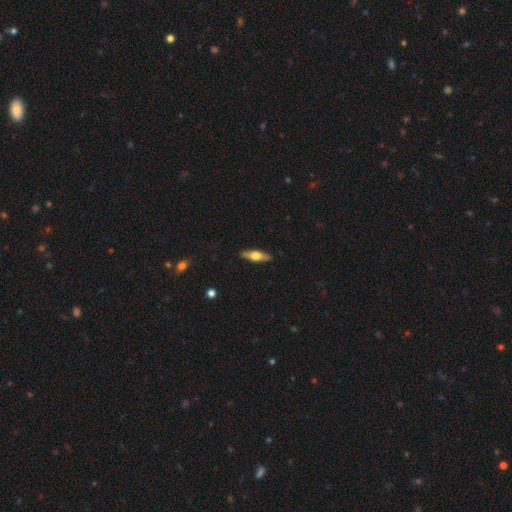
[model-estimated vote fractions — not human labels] A smooth galaxy with no disk features (49%).

Vote fractions:
- Smooth or featured? smooth: 49% / featured or disk: 46% / star or artifact: 5%
- Merging? none: 90% / minor disturbance: 8% / major disturbance: 2% / merger: 1%